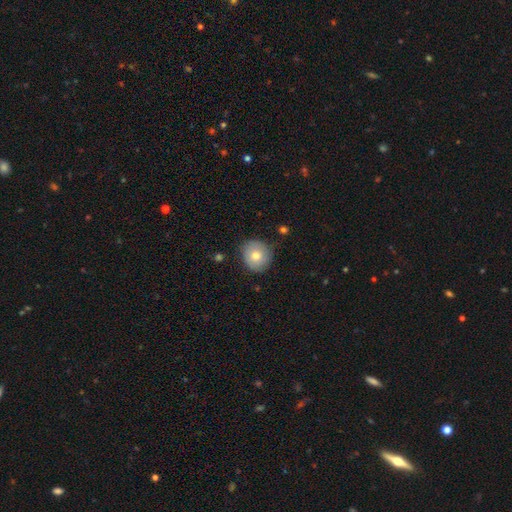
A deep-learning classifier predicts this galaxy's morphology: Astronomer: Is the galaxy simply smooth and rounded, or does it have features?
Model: smooth — 75%.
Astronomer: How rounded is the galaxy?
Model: round — 84%.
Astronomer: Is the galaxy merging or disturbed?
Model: none — 79%.